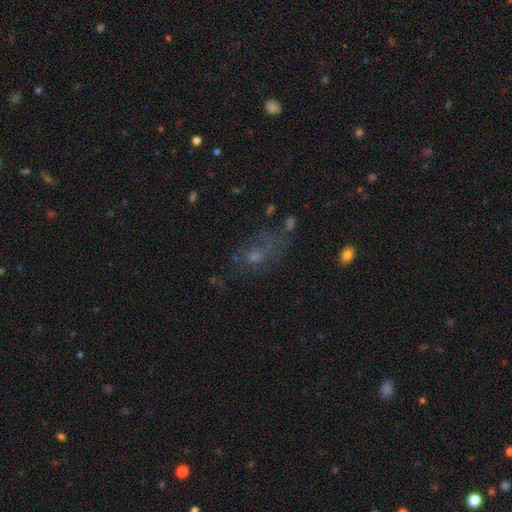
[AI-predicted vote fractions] A star or artifact, not a galaxy (37%).